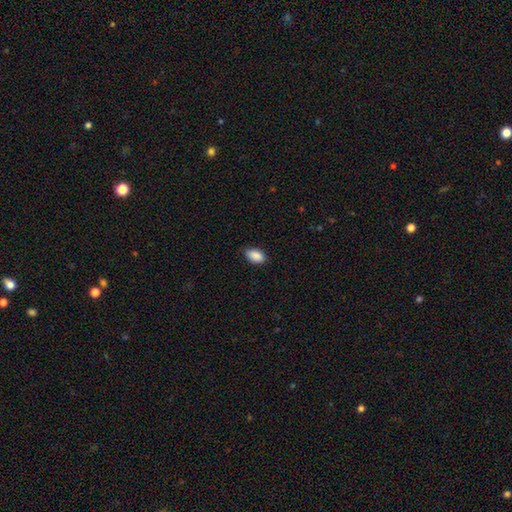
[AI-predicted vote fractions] Morphology: type=smooth (90%); roundness=in between (92%); merging=none (83%).